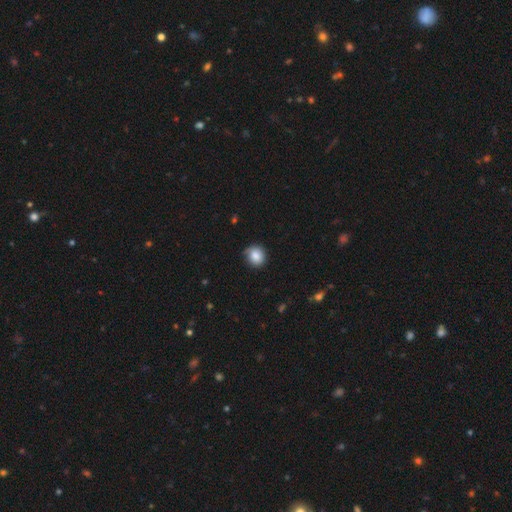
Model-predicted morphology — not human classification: This is clearly a smooth galaxy (84%). How rounded: clearly round (83%). Merging: likely none (74%).